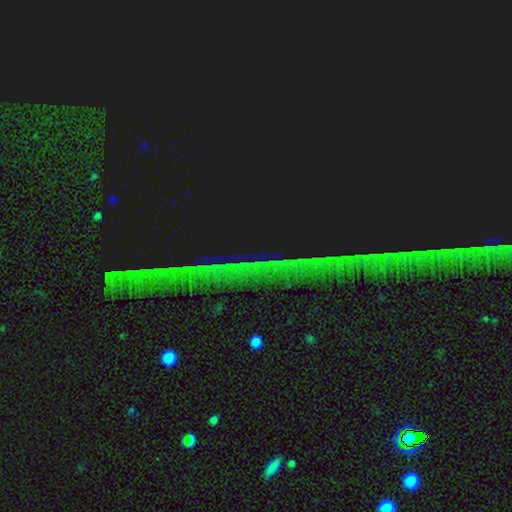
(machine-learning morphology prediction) smooth_or_featured: star or artifact (p=0.84) [alt: featured or disk p=0.08]